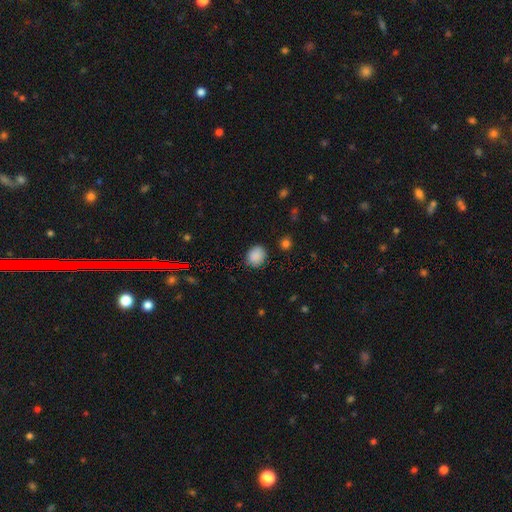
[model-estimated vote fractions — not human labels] This appears to be a smooth galaxy with no disk features (86%) that is round (73%). Merging: none (82%).